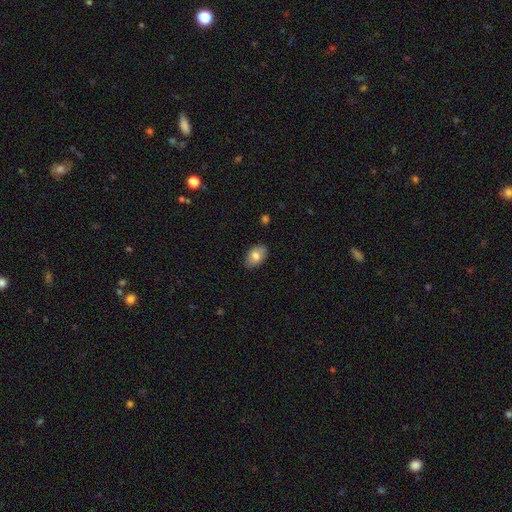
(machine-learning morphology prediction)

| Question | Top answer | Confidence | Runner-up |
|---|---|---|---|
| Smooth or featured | smooth | 79% | featured or disk (14%) |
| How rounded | in between | 90% | round (9%) |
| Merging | none | 86% | minor disturbance (11%) |